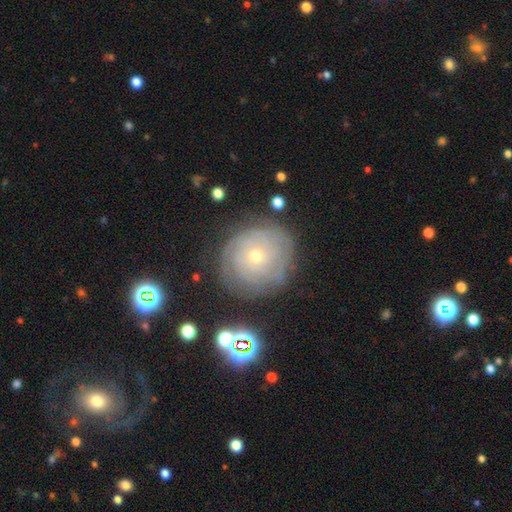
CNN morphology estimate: featured or disk 63%, smooth 26%, star or artifact 11%. Down the decision tree: edge-on disk — no (97%); bar — no (86%); spiral arms — yes (80%); bulge size — small (66%); merging — none (76%).